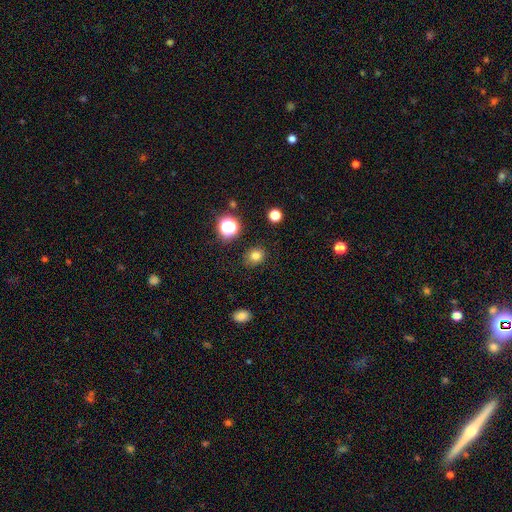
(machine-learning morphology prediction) Smooth or featured: smooth — 78% (star or artifact — 16%)
How rounded: round — 67% (in between — 32%)
Merging: none — 86% (minor disturbance — 10%)